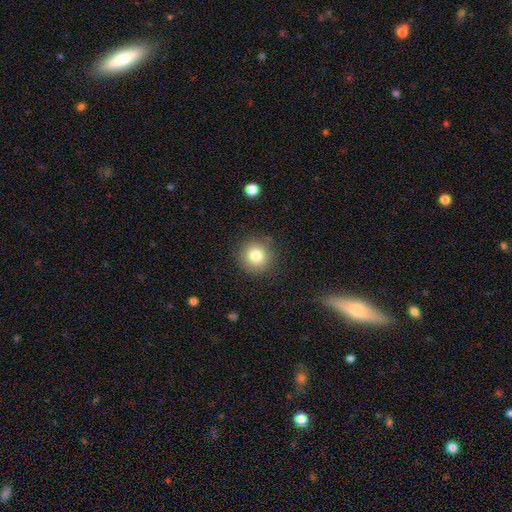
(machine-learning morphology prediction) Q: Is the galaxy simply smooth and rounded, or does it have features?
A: smooth — 80%.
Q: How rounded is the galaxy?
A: round — 94%.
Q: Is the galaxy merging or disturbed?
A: none — 88%.